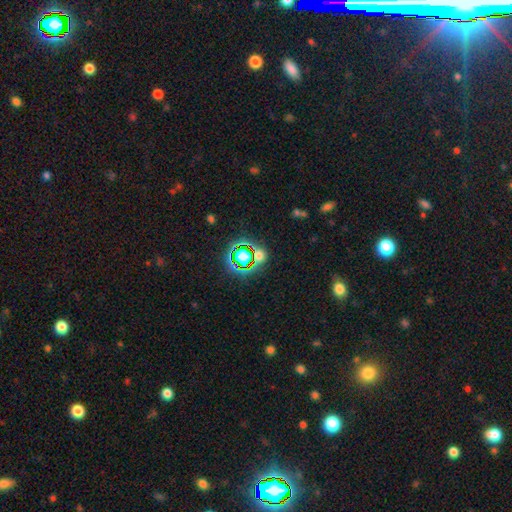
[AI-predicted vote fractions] smooth-or-featured: star or artifact: 69% | smooth: 20% | featured or disk: 10%